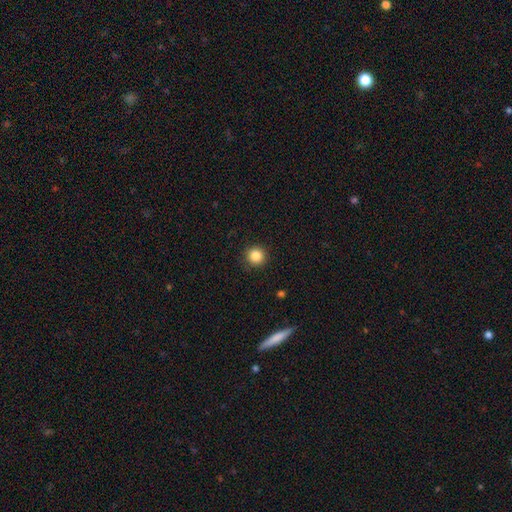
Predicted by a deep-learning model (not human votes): Overall: smooth (86%). How rounded: round (95%). Merging: none (91%).